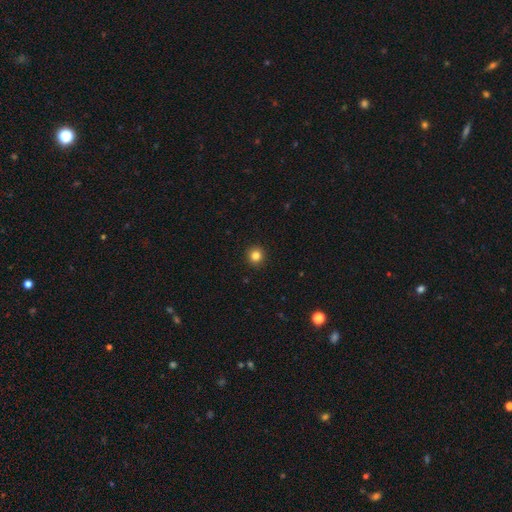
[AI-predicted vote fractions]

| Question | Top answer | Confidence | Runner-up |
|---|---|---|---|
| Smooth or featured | smooth | 84% | star or artifact (12%) |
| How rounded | round | 93% | in between (6%) |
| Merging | none | 93% | minor disturbance (4%) |